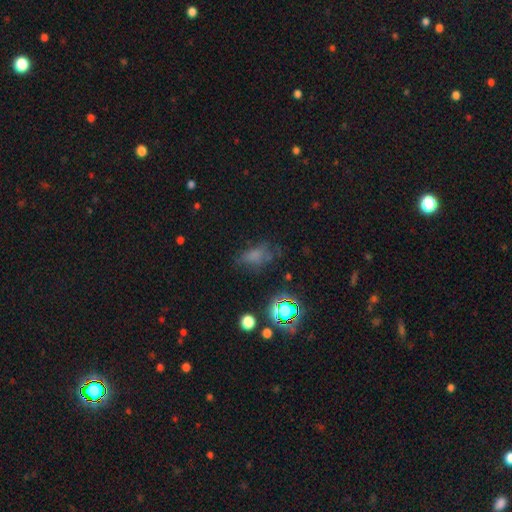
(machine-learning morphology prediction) This is possibly a smooth galaxy (54%). How rounded: likely in between (77%). Merging: possibly none (55%).